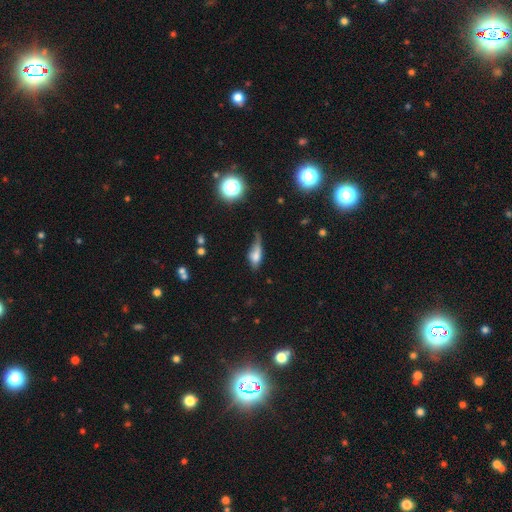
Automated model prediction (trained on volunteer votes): Smooth or featured: smooth — 64% (featured or disk — 25%)
How rounded: in between — 69% (cigar-shaped — 25%)
Merging: minor disturbance — 40% (none — 28%)